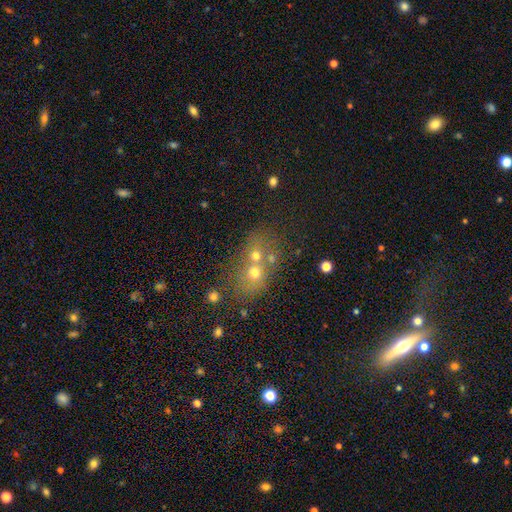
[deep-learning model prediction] Smooth or featured: smooth — 57% (featured or disk — 23%)
How rounded: round — 66% (in between — 33%)
Merging: merger — 55% (none — 32%)